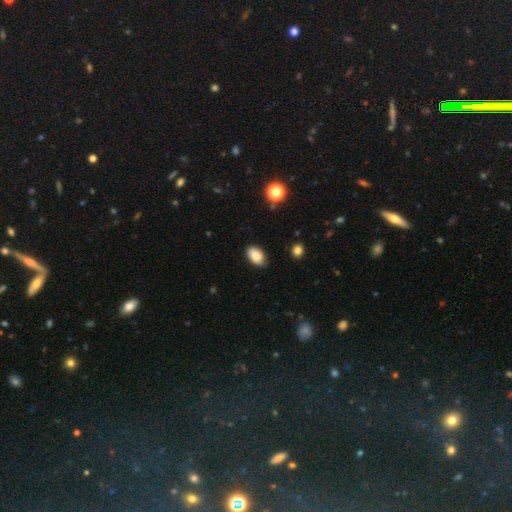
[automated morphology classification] The model was most divided on "merging": none: 84%, minor disturbance: 13%, major disturbance: 2%, merger: 1%. More confident: how rounded — in between (91%); smooth or featured — smooth (87%).